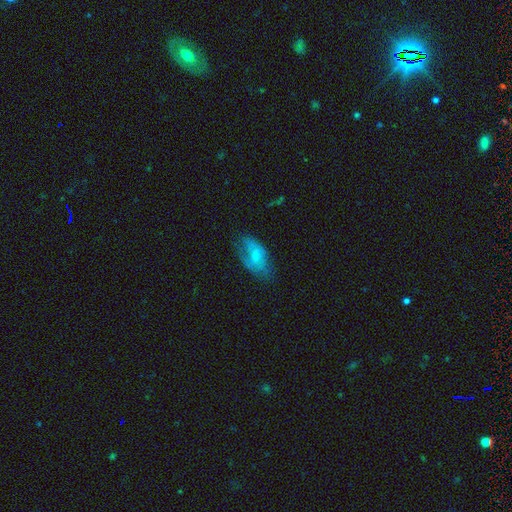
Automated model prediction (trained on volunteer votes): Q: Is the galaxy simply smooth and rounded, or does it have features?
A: smooth — 57%.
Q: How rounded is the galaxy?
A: in between — 92%.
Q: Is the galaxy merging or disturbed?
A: none — 51%.